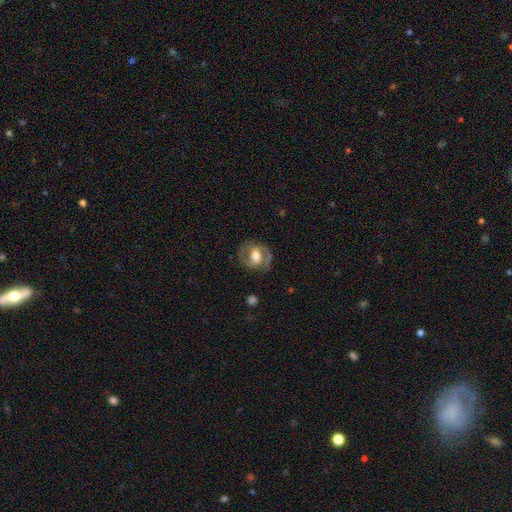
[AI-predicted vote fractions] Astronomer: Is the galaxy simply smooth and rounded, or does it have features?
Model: featured or disk — 65%.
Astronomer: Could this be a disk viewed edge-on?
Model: no — 96%.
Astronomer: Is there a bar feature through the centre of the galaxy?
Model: weak — 39% (runner-up: no, 37%).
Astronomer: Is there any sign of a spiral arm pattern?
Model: yes — 70%.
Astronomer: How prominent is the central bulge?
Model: moderate — 61%.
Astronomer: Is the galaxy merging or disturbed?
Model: none — 72%.